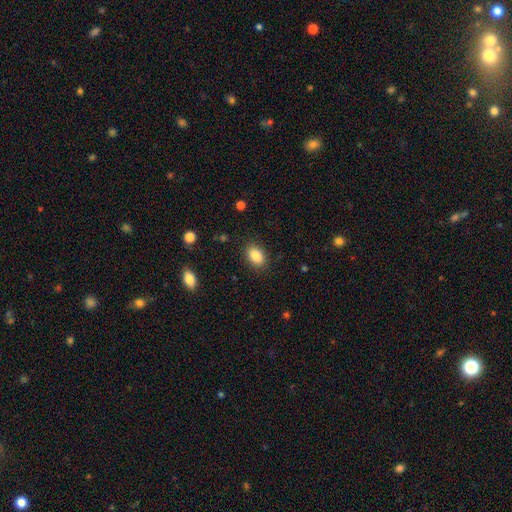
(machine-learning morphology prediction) smooth_or_featured: smooth (p=0.86) [alt: star or artifact p=0.08]
how_rounded: in between (p=0.83) [alt: round p=0.16]
merging: none (p=0.87) [alt: minor disturbance p=0.09]